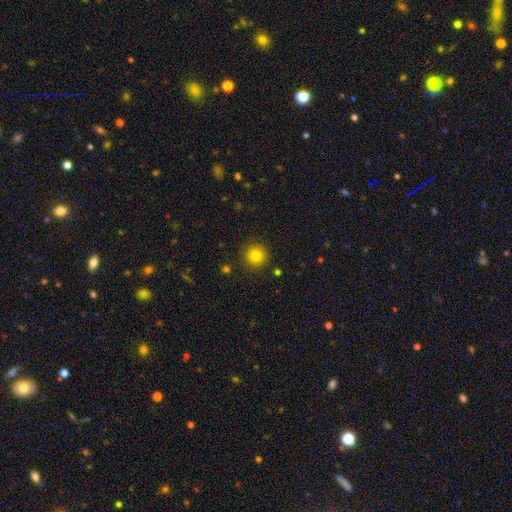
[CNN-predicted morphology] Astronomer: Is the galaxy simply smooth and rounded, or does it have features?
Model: smooth — 82%.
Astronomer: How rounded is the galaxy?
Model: round — 95%.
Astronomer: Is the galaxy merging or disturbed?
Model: none — 90%.